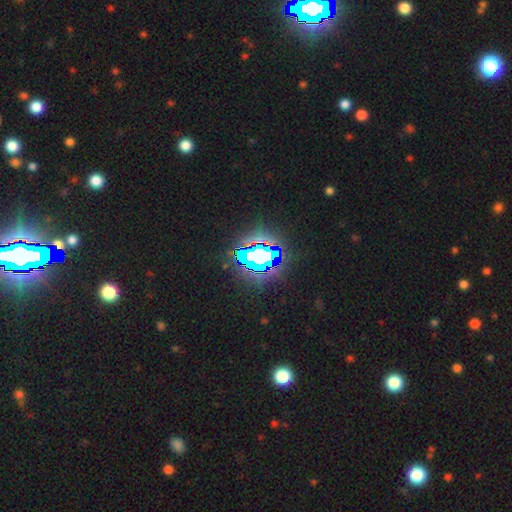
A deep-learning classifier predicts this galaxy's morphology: Q: Smooth or featured?
A: star or artifact (73%); runner-up: smooth (15%)